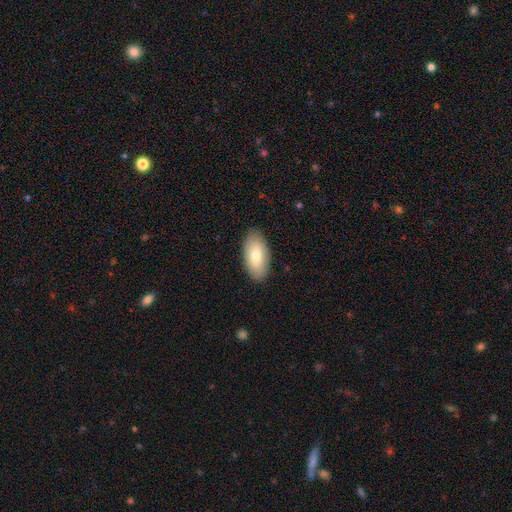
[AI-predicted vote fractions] The model was most divided on "smooth or featured": smooth: 75%, featured or disk: 19%, star or artifact: 6%. More confident: how rounded — in between (94%); merging — none (88%).